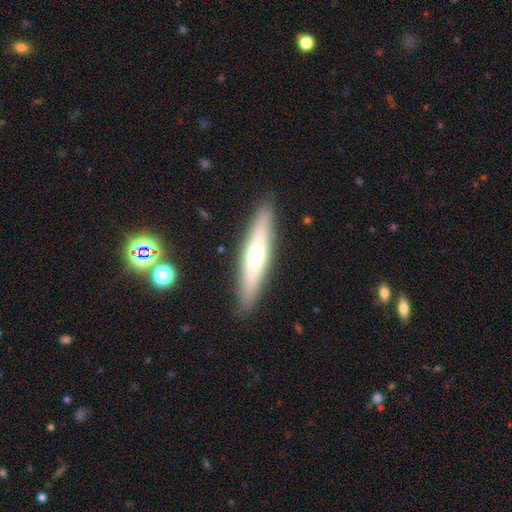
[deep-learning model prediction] This is possibly a featured or disk galaxy (51%). It is clearly viewed edge-on (85%). Merging: clearly none (89%).